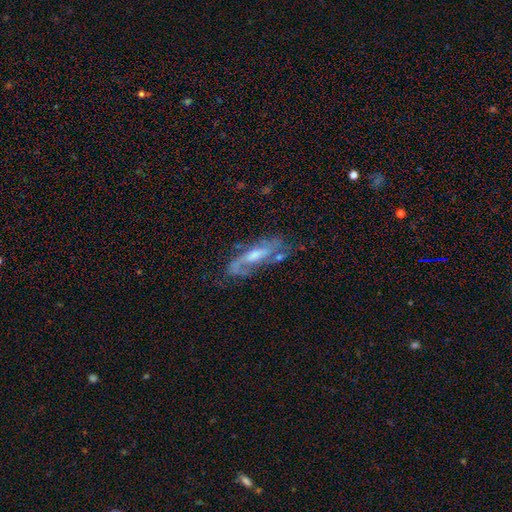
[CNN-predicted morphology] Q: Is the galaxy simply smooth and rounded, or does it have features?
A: featured or disk — 76%.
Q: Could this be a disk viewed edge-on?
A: no — 80%.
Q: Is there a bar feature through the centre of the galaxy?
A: weak — 41%.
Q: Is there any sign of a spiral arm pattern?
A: yes — 89%.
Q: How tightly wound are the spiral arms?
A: medium — 46%.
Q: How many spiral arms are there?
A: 2 — 65%.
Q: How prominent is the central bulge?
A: moderate — 49%.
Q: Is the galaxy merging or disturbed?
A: none — 61%.